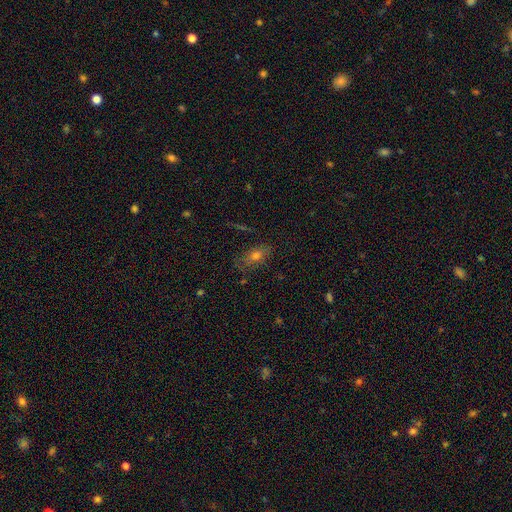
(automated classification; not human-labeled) smooth-or-featured: smooth: 57% | featured or disk: 24% | star or artifact: 19%
  how-rounded: in between: 76% | round: 12% | cigar-shaped: 11%
  merging: none: 75% | minor disturbance: 16% | major disturbance: 6% | merger: 3%